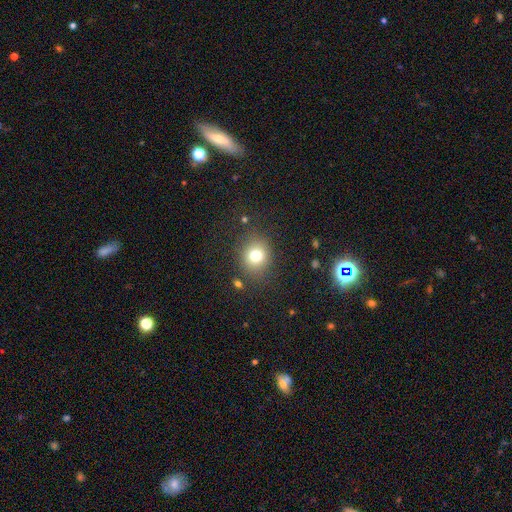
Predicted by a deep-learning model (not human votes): smooth 77%, star or artifact 14%, featured or disk 9%. Down the decision tree: how rounded — round (75%); merging — none (82%).